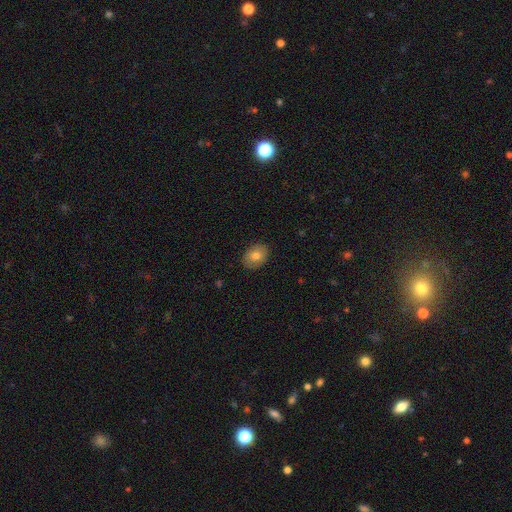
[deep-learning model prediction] A smooth galaxy with no disk features (79%) that is in between round and cigar-shaped (72%).

Vote fractions:
- Smooth or featured? smooth: 79% / featured or disk: 13% / star or artifact: 8%
- How rounded? in between: 72% / round: 27% / cigar-shaped: 1%
- Merging? none: 88% / minor disturbance: 9% / major disturbance: 2% / merger: 1%